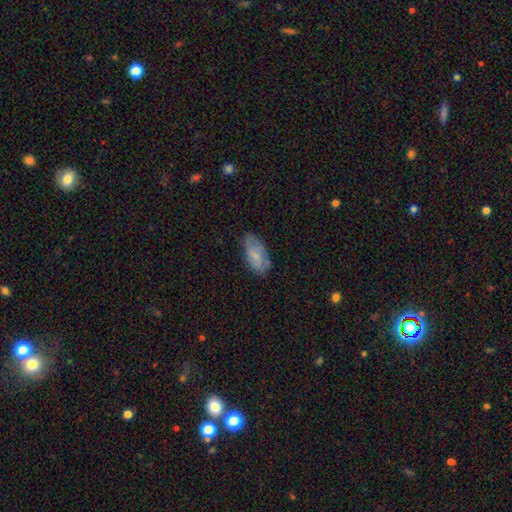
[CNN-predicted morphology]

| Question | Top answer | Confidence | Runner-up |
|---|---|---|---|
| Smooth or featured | smooth | 63% | featured or disk (30%) |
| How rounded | in between | 92% | cigar-shaped (5%) |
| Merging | none | 67% | minor disturbance (25%) |